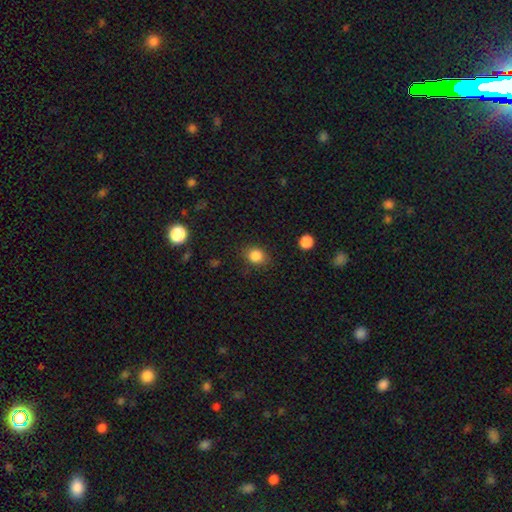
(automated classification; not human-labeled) smooth_or_featured: smooth (p=0.85) [alt: star or artifact p=0.11]
how_rounded: round (p=0.62) [alt: in between p=0.37]
merging: none (p=0.82) [alt: minor disturbance p=0.12]